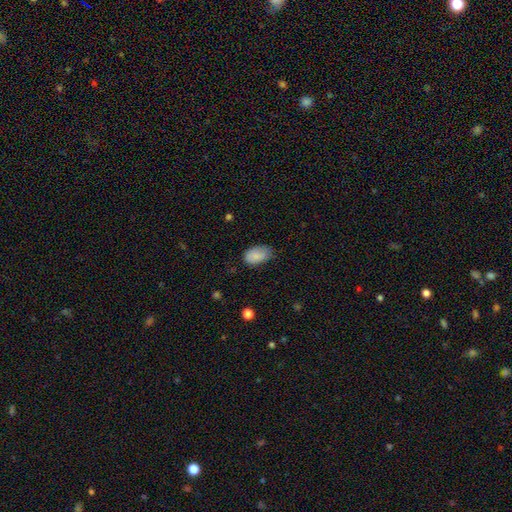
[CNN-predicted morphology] Q: Smooth or featured?
A: smooth (86%); runner-up: featured or disk (7%)
Q: How rounded?
A: in between (92%); runner-up: round (6%)
Q: Merging?
A: none (62%); runner-up: minor disturbance (31%)